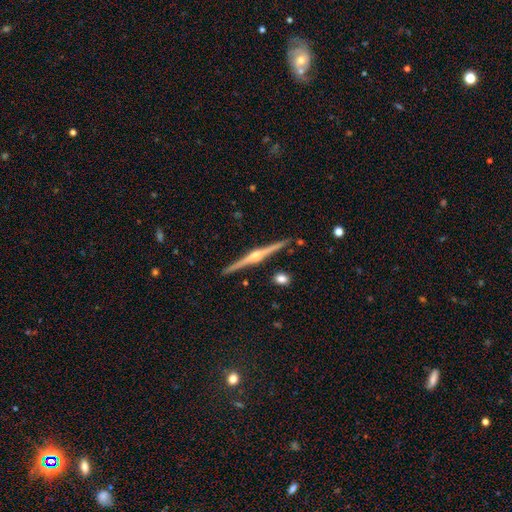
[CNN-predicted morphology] A featured or disk galaxy (87%) viewed edge-on (99%) with a rounded central bulge (91%).

Vote fractions:
- Smooth or featured? featured or disk: 87% / smooth: 8% / star or artifact: 5%
- Edge-on disk? yes: 99% / no: 1%
- Edge-on bulge? rounded: 91% / boxy: 6% / none: 3%
- Merging? none: 92% / minor disturbance: 5% / merger: 2% / major disturbance: 1%